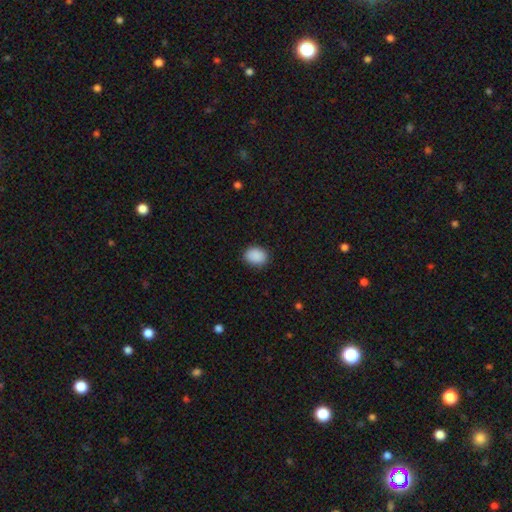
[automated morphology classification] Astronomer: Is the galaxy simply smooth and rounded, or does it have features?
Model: smooth — 90%.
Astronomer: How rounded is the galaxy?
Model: in between — 64%.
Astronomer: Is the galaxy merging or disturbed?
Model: none — 87%.